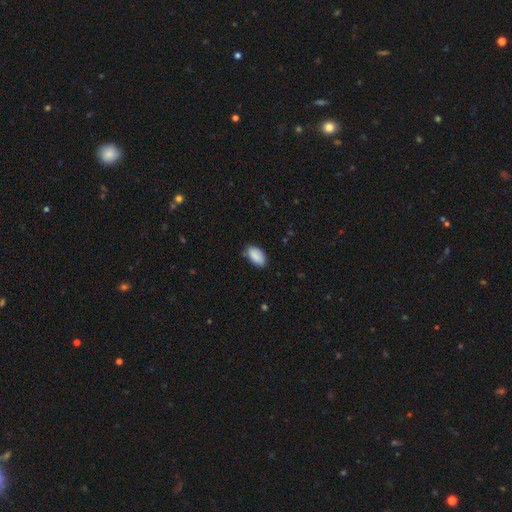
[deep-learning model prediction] smooth-or-featured: smooth: 88% | star or artifact: 7% | featured or disk: 6%
  how-rounded: in between: 94% | round: 3% | cigar-shaped: 2%
  merging: none: 73% | minor disturbance: 21% | major disturbance: 3% | merger: 2%